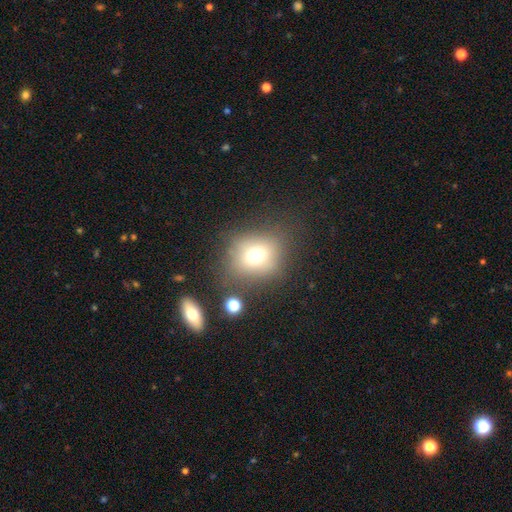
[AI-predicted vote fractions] smooth_or_featured: smooth (p=0.69) [alt: star or artifact p=0.16]
how_rounded: round (p=0.59) [alt: in between p=0.40]
merging: none (p=0.70) [alt: minor disturbance p=0.16]